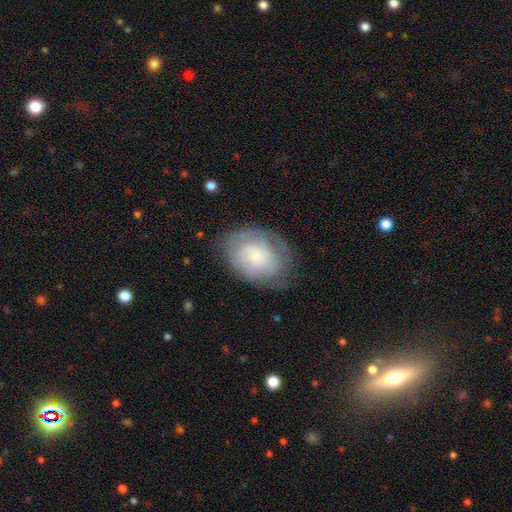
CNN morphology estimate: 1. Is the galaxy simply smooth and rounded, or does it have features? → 54% featured or disk, 38% smooth, 8% star or artifact.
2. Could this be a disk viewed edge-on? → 96% no, 4% yes.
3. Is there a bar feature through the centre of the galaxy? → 74% no, 22% weak, 4% strong.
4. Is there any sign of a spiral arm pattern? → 80% yes, 20% no.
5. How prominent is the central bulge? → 48% small, 27% moderate, 11% large, 11% none, 3% dominant.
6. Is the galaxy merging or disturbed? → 70% none, 20% minor disturbance, 8% major disturbance, 1% merger.